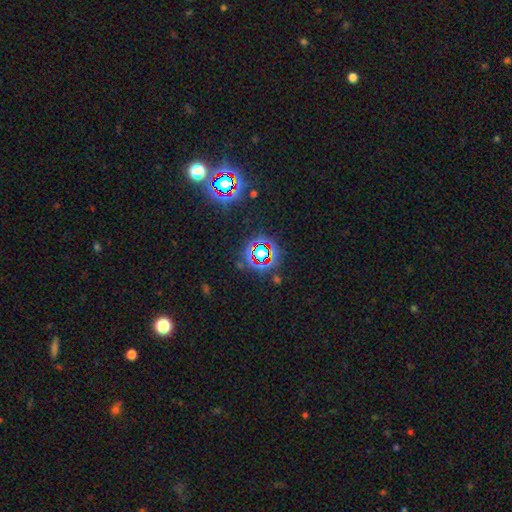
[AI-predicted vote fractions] A star or artifact, not a galaxy (71%).

Vote fractions:
- Smooth or featured? star or artifact: 71% / smooth: 18% / featured or disk: 11%